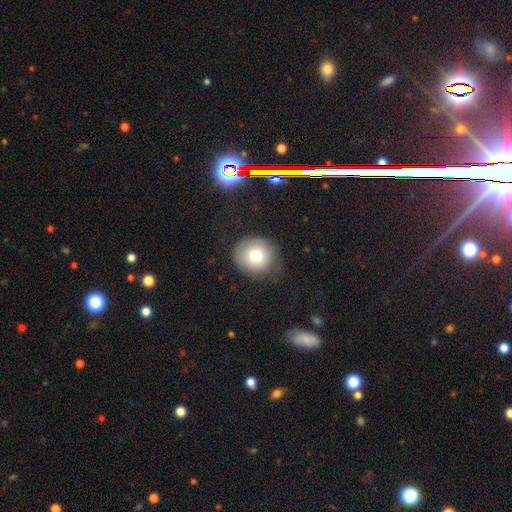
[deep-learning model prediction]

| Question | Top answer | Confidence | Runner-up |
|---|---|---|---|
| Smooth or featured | smooth | 75% | featured or disk (15%) |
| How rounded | round | 88% | in between (11%) |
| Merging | none | 72% | minor disturbance (19%) |